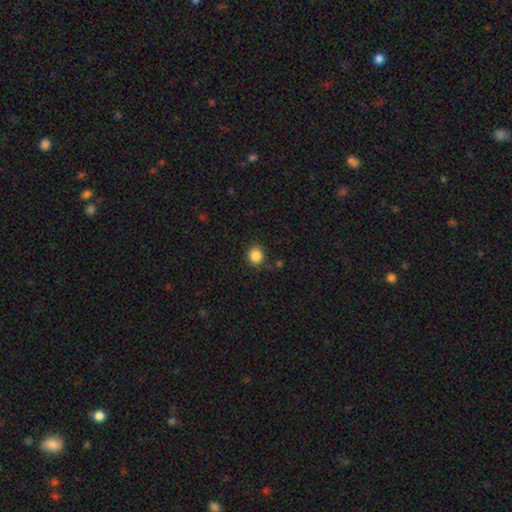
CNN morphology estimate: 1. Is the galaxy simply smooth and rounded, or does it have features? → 86% smooth, 11% star or artifact, 3% featured or disk.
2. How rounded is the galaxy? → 86% round, 13% in between, 1% cigar-shaped.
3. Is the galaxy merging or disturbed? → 87% none, 9% minor disturbance, 3% major disturbance, 2% merger.